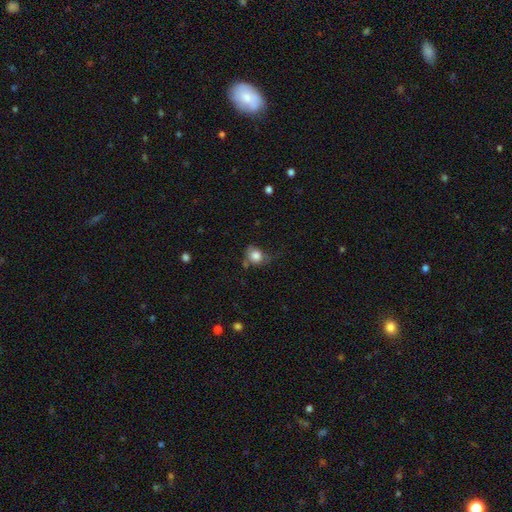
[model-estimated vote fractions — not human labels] Q: Smooth or featured?
A: smooth (79%); runner-up: featured or disk (12%)
Q: How rounded?
A: round (62%); runner-up: in between (37%)
Q: Merging?
A: none (42%); runner-up: minor disturbance (32%)